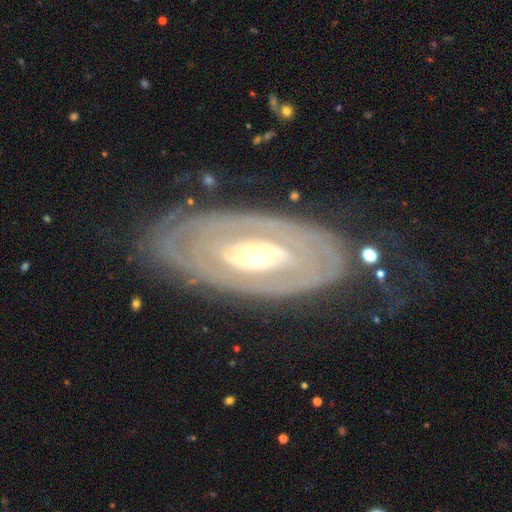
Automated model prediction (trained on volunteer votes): smooth-or-featured: featured or disk: 82% | smooth: 13% | star or artifact: 5%
  disk-edge-on: no: 89% | yes: 11%
    bar: no: 62% | weak: 23% | strong: 15%
    has-spiral-arms: yes: 59% | no: 41%
    bulge-size: moderate: 65% | small: 22% | large: 10% | dominant: 2% | none: 1%
  merging: none: 76% | minor disturbance: 14% | major disturbance: 8% | merger: 2%